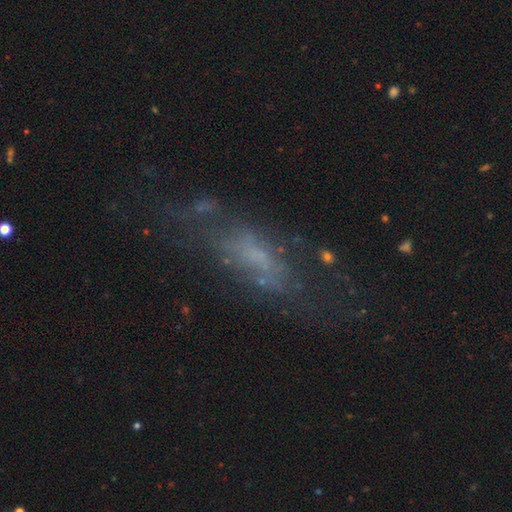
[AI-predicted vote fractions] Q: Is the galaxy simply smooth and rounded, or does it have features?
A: featured or disk — 51%.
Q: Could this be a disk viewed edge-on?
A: no — 81%.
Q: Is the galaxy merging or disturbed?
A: none — 46%.